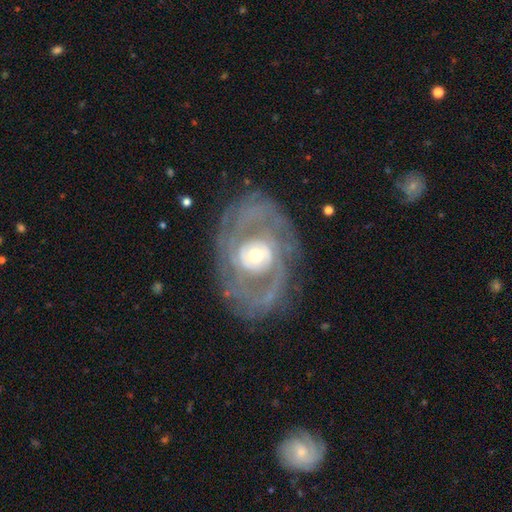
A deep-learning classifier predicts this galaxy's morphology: This appears to be a featured or disk galaxy (85%) with no bar (59%), 2 (62%) tight (46%) spiral arms (85%) and a moderate central bulge (60%). Merging: none (72%).